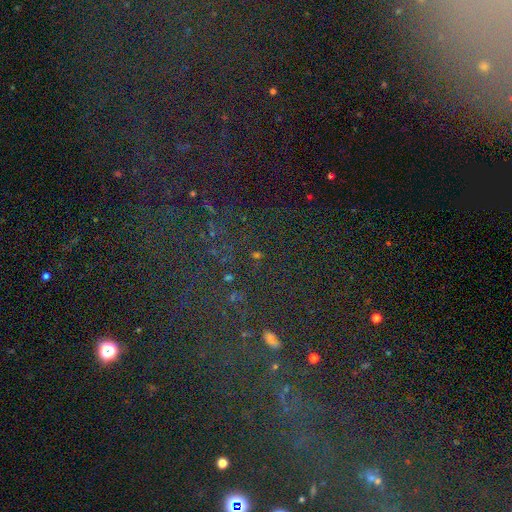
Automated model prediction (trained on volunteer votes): Morphology: type=star or artifact (78%).